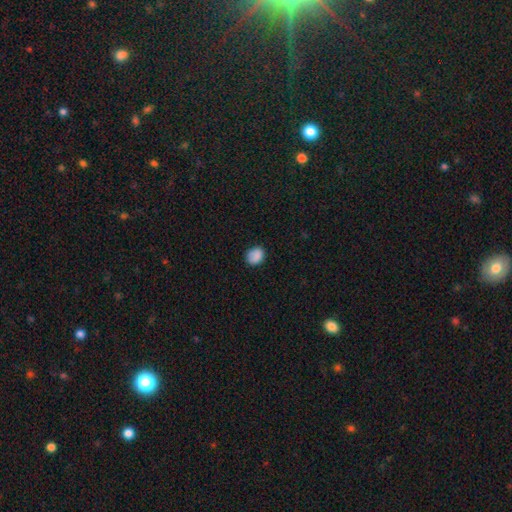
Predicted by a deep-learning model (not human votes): Overall: smooth (86%). How rounded: round (55%; in between 44%). Merging: none (80%).